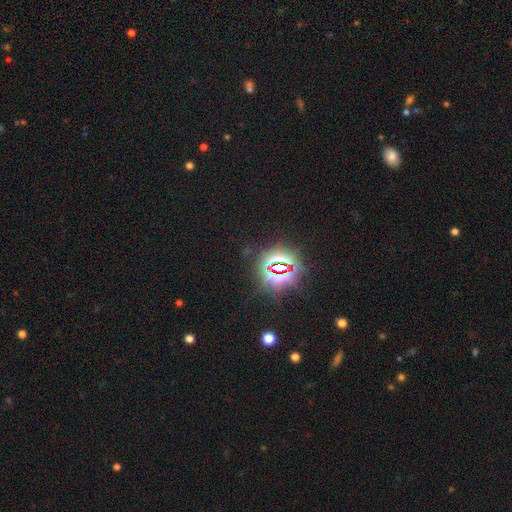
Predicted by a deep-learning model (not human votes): Q: Smooth or featured?
A: star or artifact (82%); runner-up: smooth (11%)